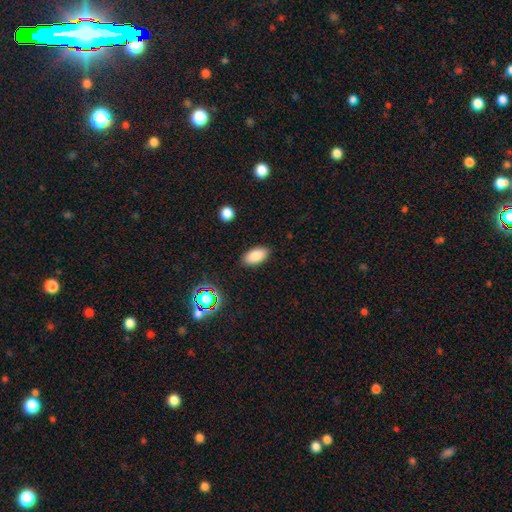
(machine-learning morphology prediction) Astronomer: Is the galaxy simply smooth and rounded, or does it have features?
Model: smooth — 86%.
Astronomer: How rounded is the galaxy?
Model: in between — 93%.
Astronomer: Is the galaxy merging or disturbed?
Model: none — 88%.